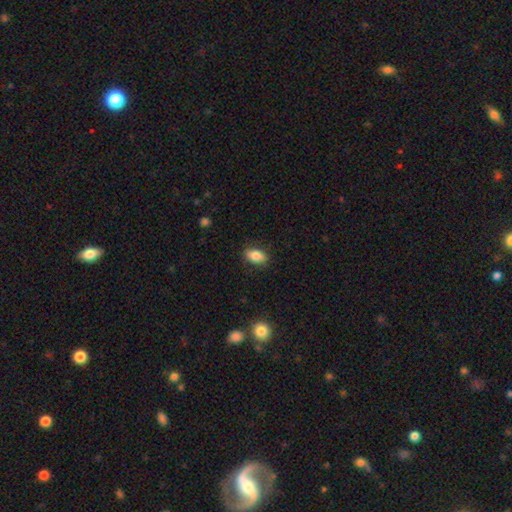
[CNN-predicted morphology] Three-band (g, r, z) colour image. It shows a smooth galaxy with no disk features (84%) that is in between round and cigar-shaped (89%). Merging: none (86%).